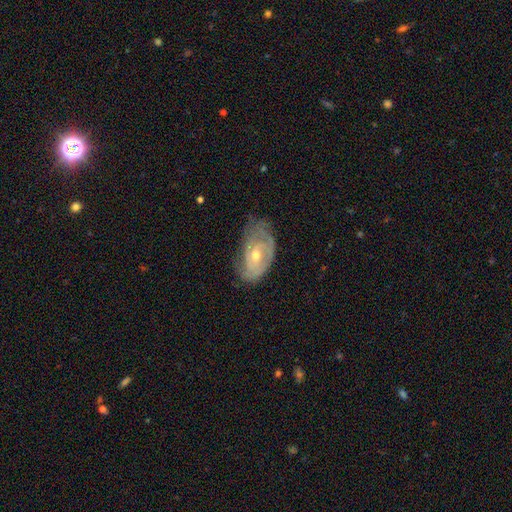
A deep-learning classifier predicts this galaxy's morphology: Smooth or featured? Predicted: featured or disk (p=0.75). Edge-on disk? Predicted: no (p=0.93). Bar? Predicted: no (p=0.60). Spiral arms? Predicted: yes (p=0.82). Spiral winding? Predicted: tight (p=0.65). Spiral arm count? Predicted: can't tell (p=0.43). Bulge size? Predicted: moderate (p=0.55). Merging? Predicted: none (p=0.53).